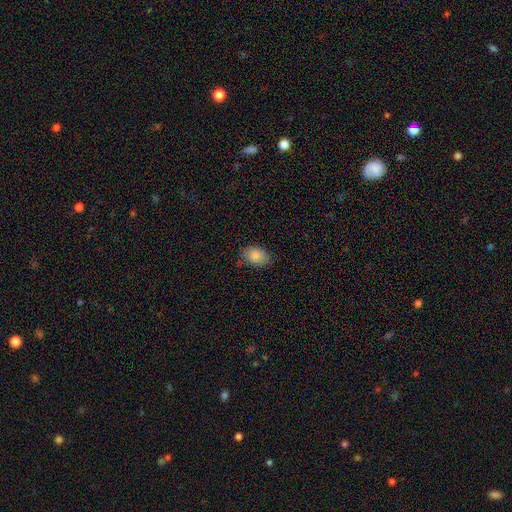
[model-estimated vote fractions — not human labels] smooth 87%, star or artifact 8%, featured or disk 6%. Down the decision tree: how rounded — in between (81%); merging — none (78%).